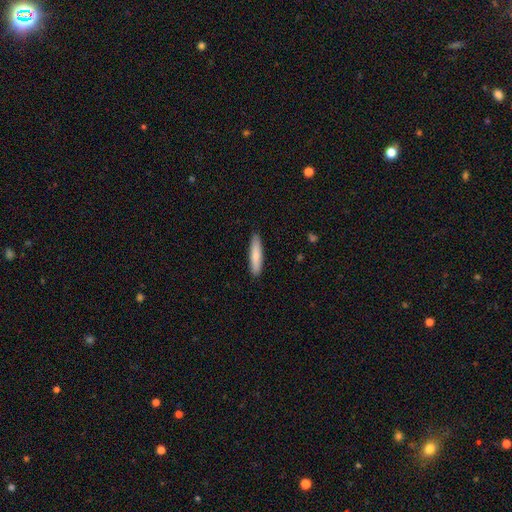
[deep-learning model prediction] Smooth or featured: smooth — 79% (featured or disk — 15%)
How rounded: cigar-shaped — 86% (in between — 12%)
Merging: none — 90% (minor disturbance — 8%)